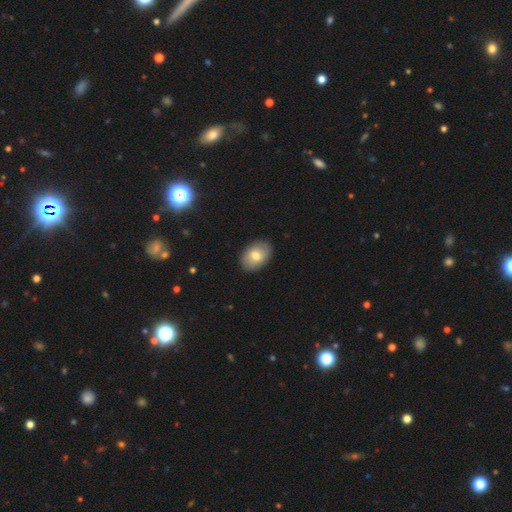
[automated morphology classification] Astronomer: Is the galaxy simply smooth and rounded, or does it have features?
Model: smooth — 73%.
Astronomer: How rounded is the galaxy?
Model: in between — 83%.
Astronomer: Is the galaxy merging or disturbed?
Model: none — 89%.